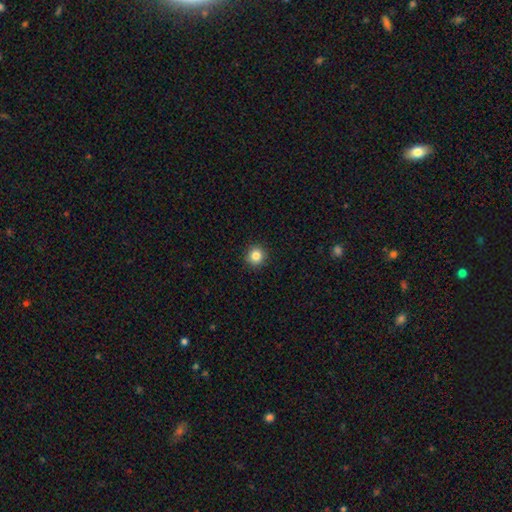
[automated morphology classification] Smooth or featured? Predicted: smooth (p=0.84). How rounded? Predicted: round (p=0.93). Merging? Predicted: none (p=0.93).